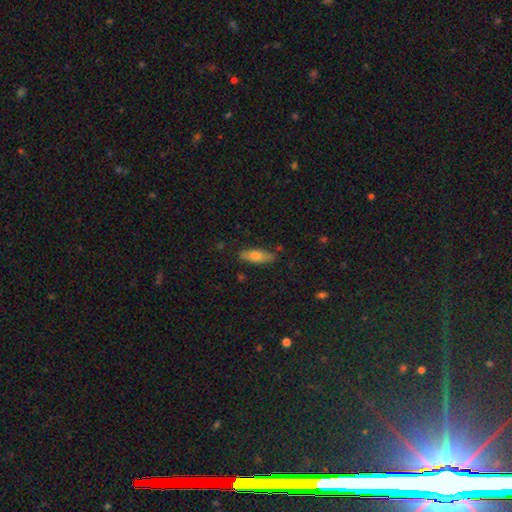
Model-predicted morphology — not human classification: Smooth or featured?
  - smooth: 70% *
  - featured or disk: 23%
  - star or artifact: 7%
How rounded?
  - in between: 56% *
  - cigar-shaped: 42%
  - round: 2%
Merging?
  - none: 82% *
  - minor disturbance: 14%
  - major disturbance: 3%
  - merger: 2%